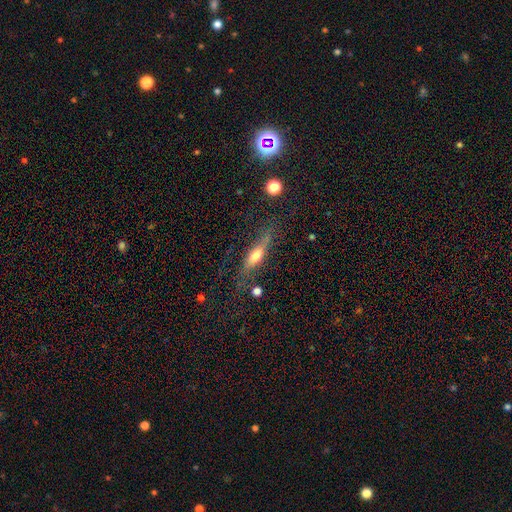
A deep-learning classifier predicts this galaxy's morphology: Q: Smooth or featured?
A: smooth (47%); runner-up: featured or disk (45%)
Q: Merging?
A: none (66%); runner-up: minor disturbance (21%)